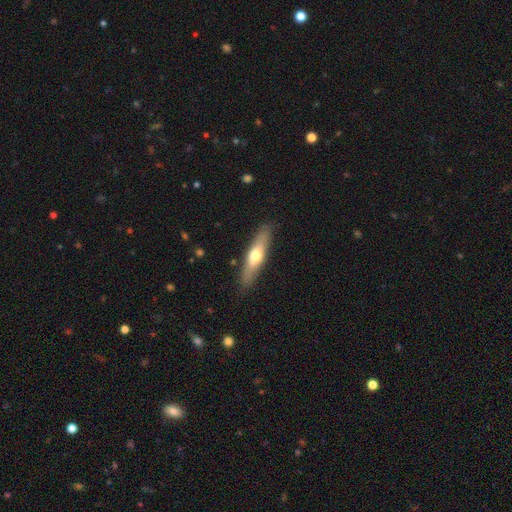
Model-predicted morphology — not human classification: This is possibly a smooth galaxy (55%). How rounded: likely cigar-shaped (71%). Merging: clearly none (87%).